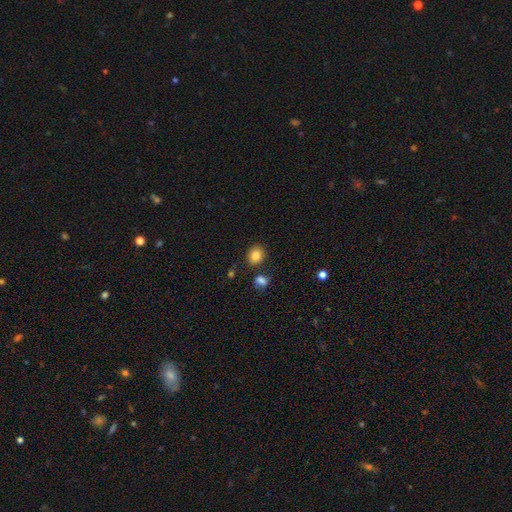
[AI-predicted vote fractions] smooth_or_featured: smooth (p=0.84) [alt: star or artifact p=0.10]
how_rounded: round (p=0.67) [alt: in between p=0.32]
merging: none (p=0.83) [alt: minor disturbance p=0.09]